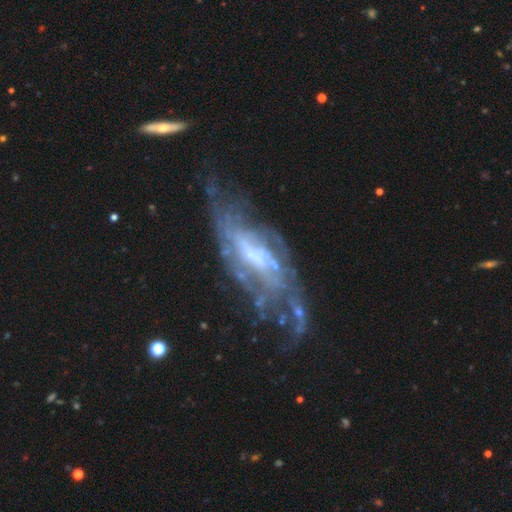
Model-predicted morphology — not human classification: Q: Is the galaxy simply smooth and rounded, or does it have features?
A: featured or disk — 80%.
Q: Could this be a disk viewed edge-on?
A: no — 88%.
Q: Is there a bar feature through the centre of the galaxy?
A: no — 48%.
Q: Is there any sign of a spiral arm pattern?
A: yes — 74%.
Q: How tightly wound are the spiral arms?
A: medium — 37%.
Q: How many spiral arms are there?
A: can't tell — 52%.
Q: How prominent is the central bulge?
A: small — 50%.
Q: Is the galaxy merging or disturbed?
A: none — 47%.